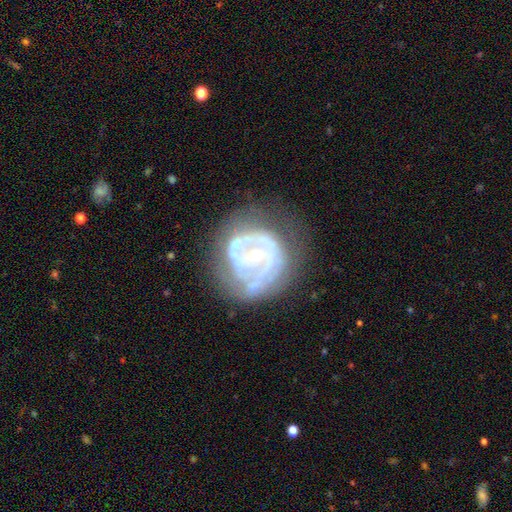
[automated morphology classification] smooth-or-featured: featured or disk: 77% | smooth: 15% | star or artifact: 8%
  disk-edge-on: no: 97% | yes: 3%
    bar: no: 63% | weak: 25% | strong: 12%
    has-spiral-arms: yes: 64% | no: 36%
    bulge-size: small: 71% | moderate: 25% | none: 2% | large: 2% | dominant: 1%
  merging: none: 48% | minor disturbance: 25% | major disturbance: 24% | merger: 3%